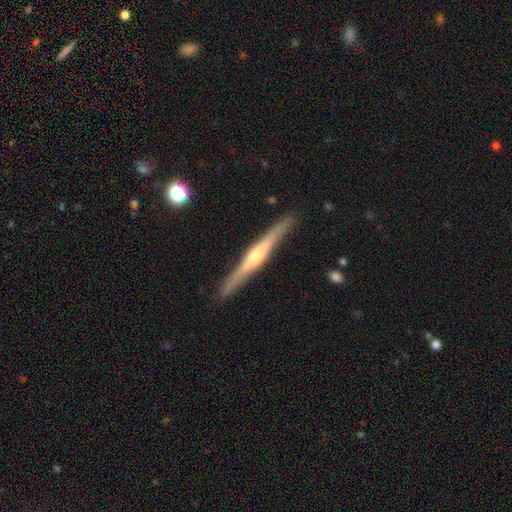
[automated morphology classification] Smooth or featured: featured or disk — 75% (smooth — 20%)
Edge-on disk: yes — 98% (no — 2%)
Edge-on bulge: rounded — 81% (none — 12%)
Merging: none — 91% (minor disturbance — 7%)